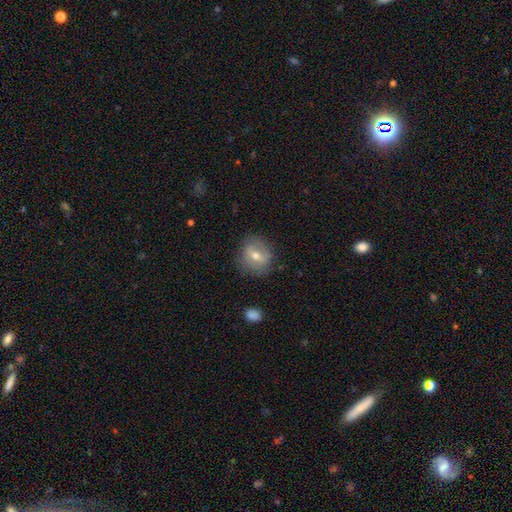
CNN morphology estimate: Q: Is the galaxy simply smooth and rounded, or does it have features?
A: smooth — 47%.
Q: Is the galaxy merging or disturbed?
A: none — 77%.